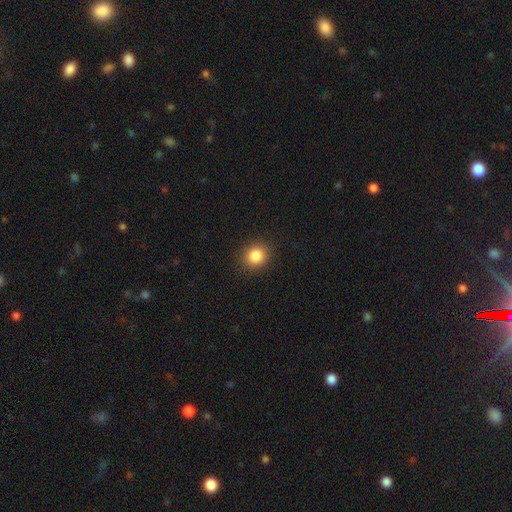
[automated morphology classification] This is clearly a smooth galaxy (85%). How rounded: clearly round (82%). Merging: clearly none (90%).